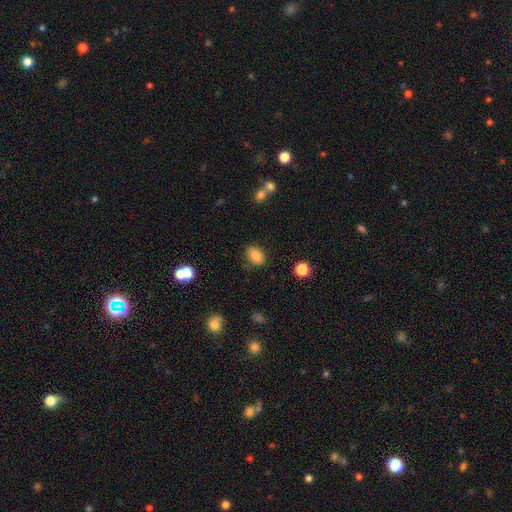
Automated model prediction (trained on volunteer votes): smooth 83%, star or artifact 10%, featured or disk 7%. Down the decision tree: how rounded — in between (77%); merging — none (81%).